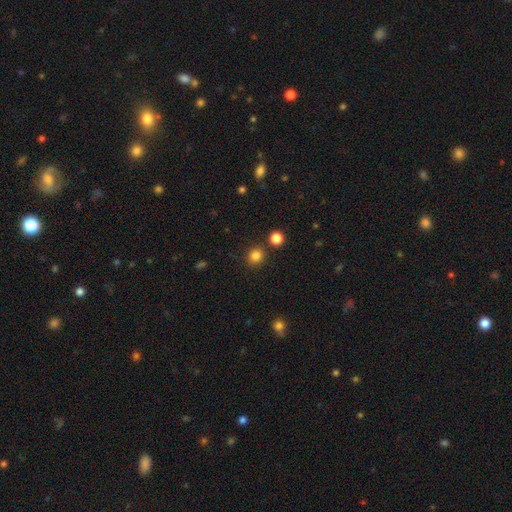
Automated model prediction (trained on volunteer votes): smooth 83%, star or artifact 13%, featured or disk 4%. Down the decision tree: how rounded — round (86%); merging — none (86%).